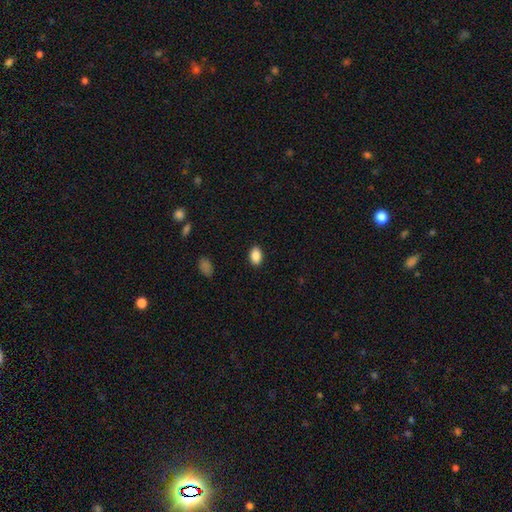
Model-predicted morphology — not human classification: Smooth or featured? Predicted: smooth (p=0.88). How rounded? Predicted: in between (p=0.88). Merging? Predicted: none (p=0.89).